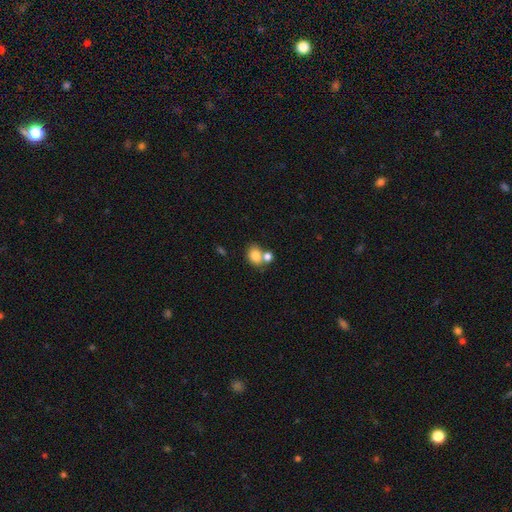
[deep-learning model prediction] A smooth galaxy with no disk features (81%) that is in between round and cigar-shaped (51%).

Vote fractions:
- Smooth or featured? smooth: 81% / star or artifact: 10% / featured or disk: 9%
- How rounded? in between: 51% / round: 48% / cigar-shaped: 1%
- Merging? merger: 43% / none: 42% / minor disturbance: 11% / major disturbance: 5%